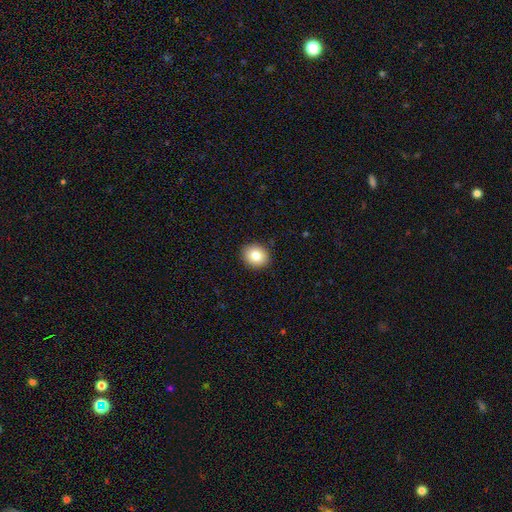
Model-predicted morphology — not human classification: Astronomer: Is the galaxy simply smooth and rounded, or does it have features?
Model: smooth — 83%.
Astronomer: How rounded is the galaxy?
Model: round — 67%.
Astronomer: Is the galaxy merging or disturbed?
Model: none — 90%.